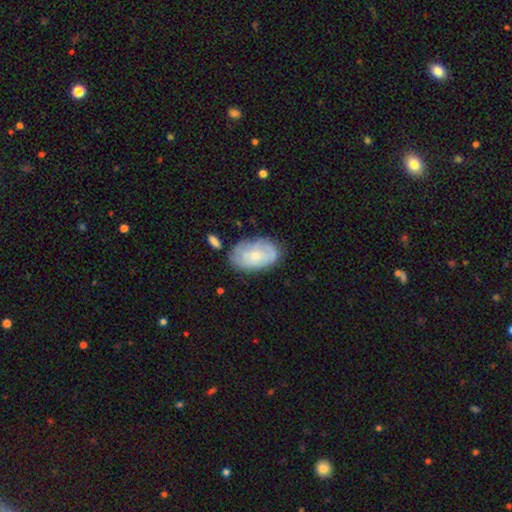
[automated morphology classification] type=smooth (49%); merging=none (65%).